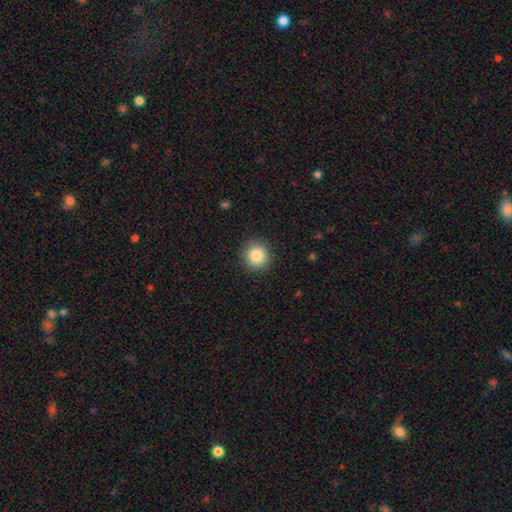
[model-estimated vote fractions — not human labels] Morphology: type=smooth (85%); roundness=round (93%); merging=none (91%).